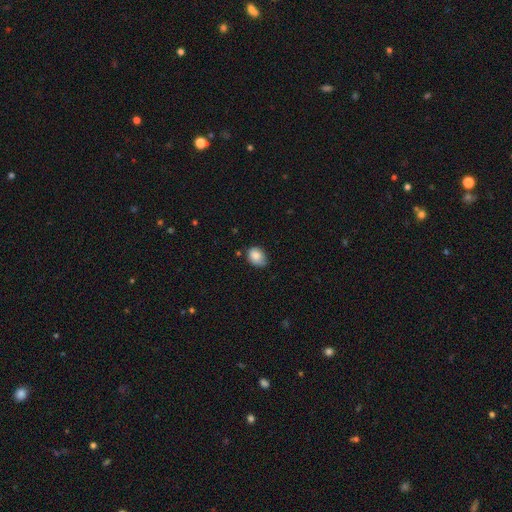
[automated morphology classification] smooth_or_featured: smooth (p=0.86) [alt: star or artifact p=0.08]
how_rounded: in between (p=0.66) [alt: round p=0.33]
merging: none (p=0.56) [alt: minor disturbance p=0.36]